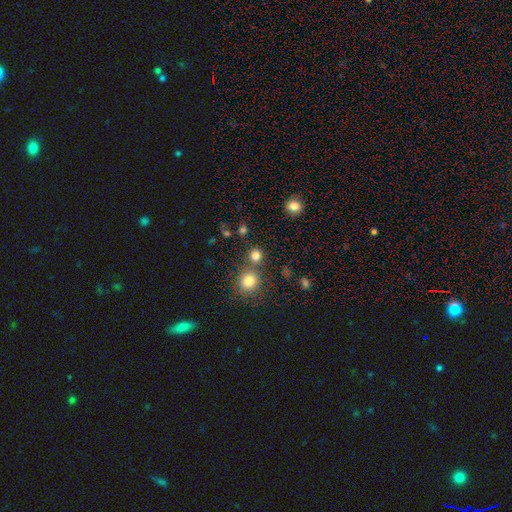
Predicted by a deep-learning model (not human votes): Smooth or featured: smooth — 79% (star or artifact — 15%)
How rounded: round — 89% (in between — 10%)
Merging: none — 72% (merger — 18%)